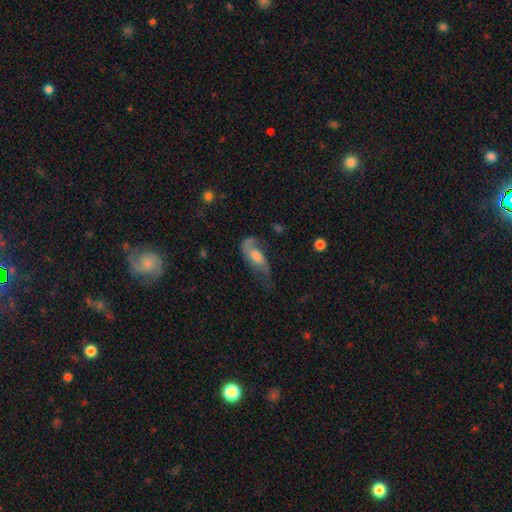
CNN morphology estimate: This is likely a featured or disk galaxy (65%). It is clearly not viewed edge-on (88%). Bar: possibly no (57%). Spiral arm pattern: clearly yes (87%). Central bulge: possibly moderate (47%). Merging: marginally none (42%).